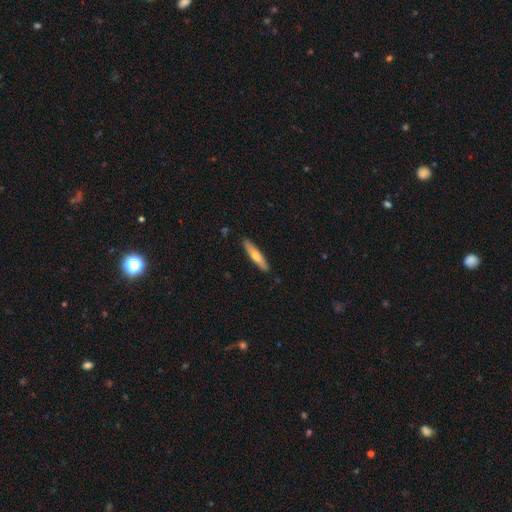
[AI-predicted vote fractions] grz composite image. It shows a smooth galaxy with no disk features (61%) that is cigar-shaped (84%). Merging: none (89%).